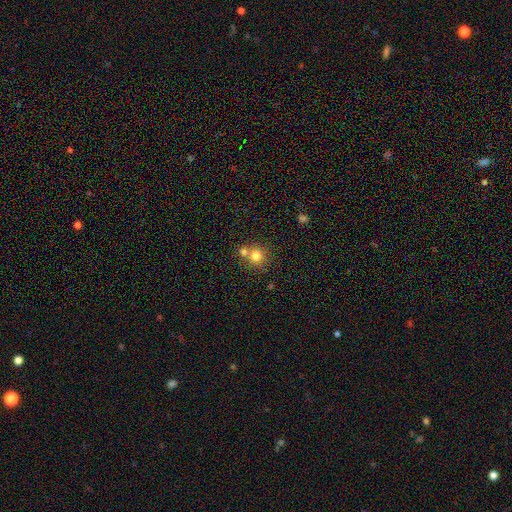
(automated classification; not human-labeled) Morphology: type=smooth (78%); roundness=round (90%); merging=none (54%).